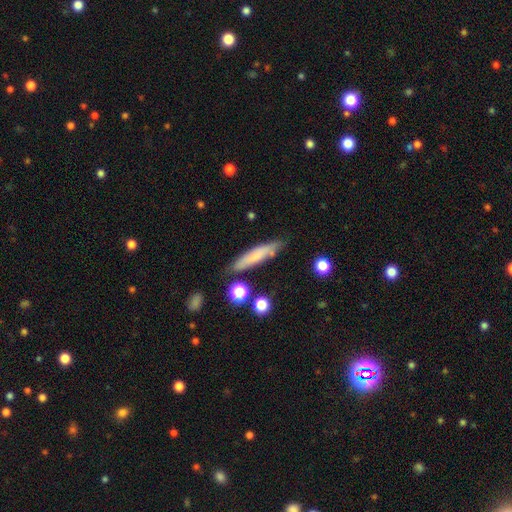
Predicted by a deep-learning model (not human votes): This is likely a smooth galaxy (67%). How rounded: clearly cigar-shaped (84%). Merging: likely none (77%).